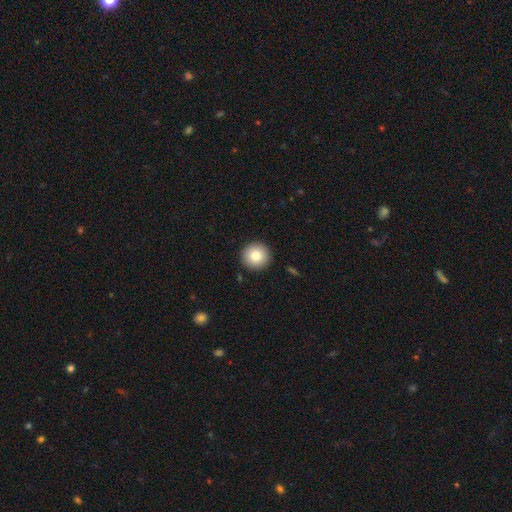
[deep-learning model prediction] The model was most divided on "smooth or featured": smooth: 82%, featured or disk: 9%, star or artifact: 9%. More confident: how rounded — round (95%); merging — none (92%).